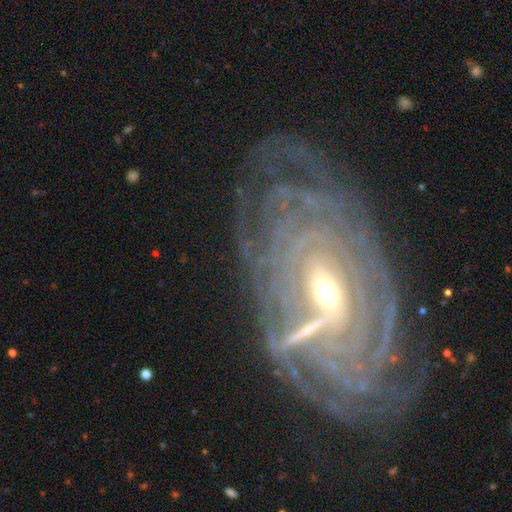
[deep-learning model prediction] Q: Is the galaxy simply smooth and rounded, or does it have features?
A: featured or disk — 86%.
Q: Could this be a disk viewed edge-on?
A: no — 93%.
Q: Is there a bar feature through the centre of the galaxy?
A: weak — 34%, tied with strong.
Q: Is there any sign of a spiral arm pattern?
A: yes — 93%.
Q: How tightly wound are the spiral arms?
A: tight — 81%.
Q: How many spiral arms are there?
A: can't tell — 32%.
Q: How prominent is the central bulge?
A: moderate — 52%.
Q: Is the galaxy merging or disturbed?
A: none — 64%.